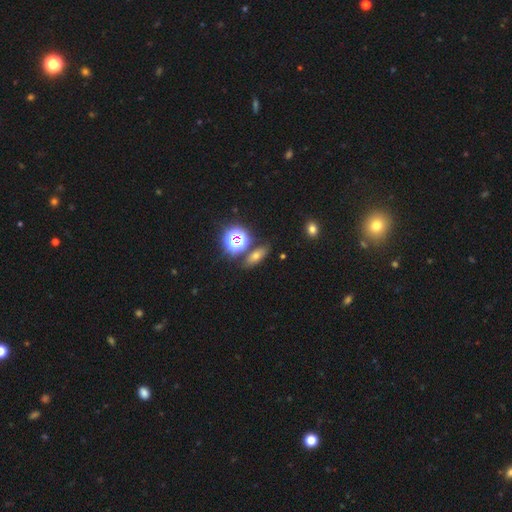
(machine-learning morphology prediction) type=smooth (51%); roundness=in between (55%); merging=none (80%).